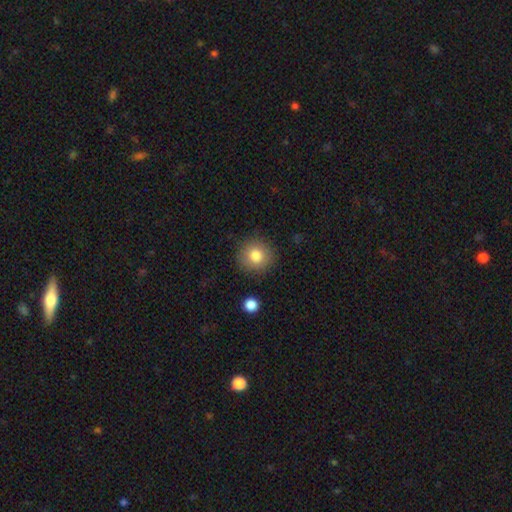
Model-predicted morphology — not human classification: This is clearly a smooth galaxy (81%). How rounded: clearly round (91%). Merging: clearly none (88%).